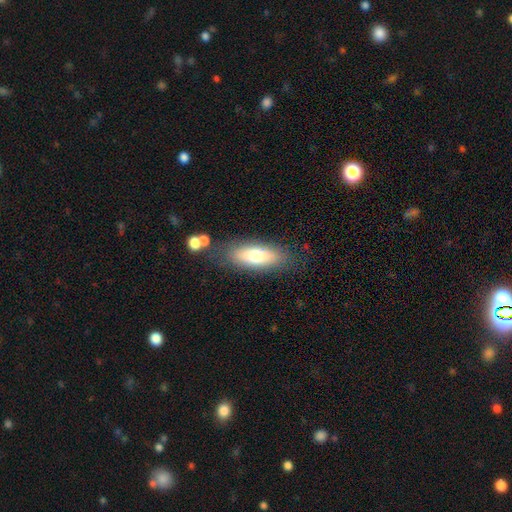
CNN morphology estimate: smooth 71%, featured or disk 22%, star or artifact 7%. Down the decision tree: how rounded — in between (67%); merging — none (78%).